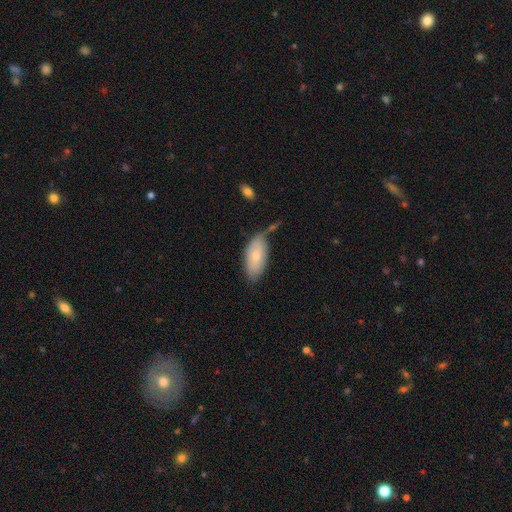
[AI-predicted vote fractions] Smooth or featured: smooth — 74% (featured or disk — 20%)
How rounded: in between — 91% (cigar-shaped — 7%)
Merging: none — 52% (minor disturbance — 29%)